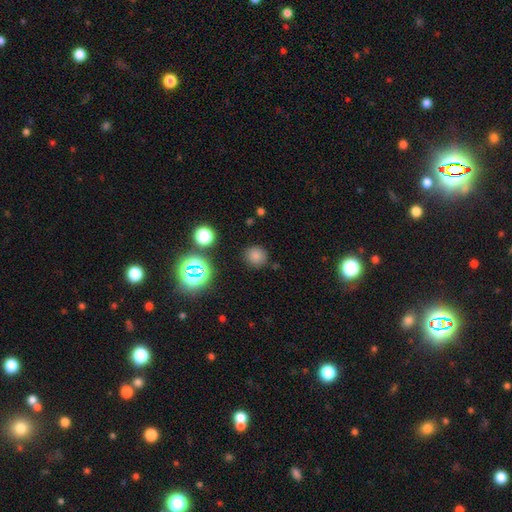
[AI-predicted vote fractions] smooth_or_featured: smooth (p=0.75) [alt: star or artifact p=0.19]
how_rounded: round (p=0.90) [alt: in between p=0.09]
merging: none (p=0.86) [alt: minor disturbance p=0.08]